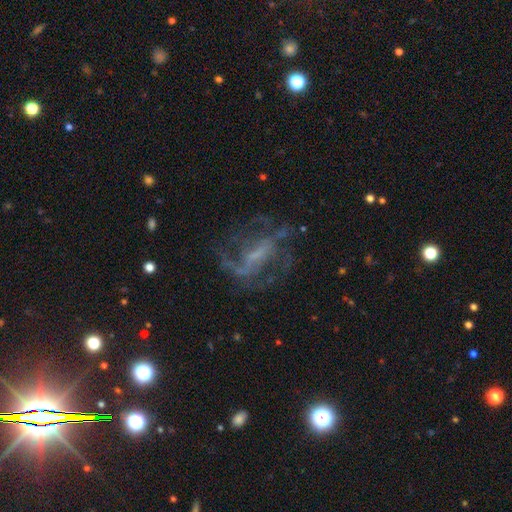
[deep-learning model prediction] Morphology: type=featured or disk (76%); edge-on=no (93%); bar=weak (41%); spiral arms=yes (80%); winding=medium (44%); arm count=2 (36%); bulge=small (44%); merging=none (57%).